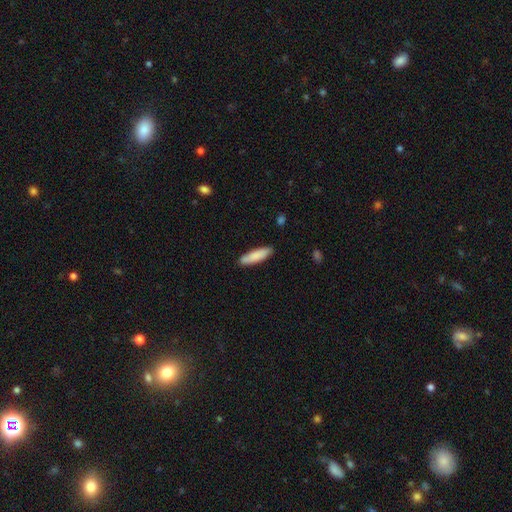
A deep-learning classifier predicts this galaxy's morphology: smooth 85%, featured or disk 9%, star or artifact 5%. Down the decision tree: how rounded — cigar-shaped (66%); merging — none (84%).